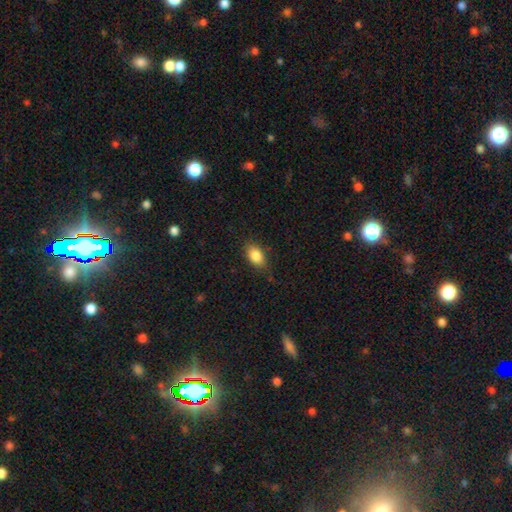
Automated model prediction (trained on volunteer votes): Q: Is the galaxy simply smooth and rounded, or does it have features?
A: smooth — 85%.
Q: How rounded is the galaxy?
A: in between — 86%.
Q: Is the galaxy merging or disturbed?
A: none — 78%.